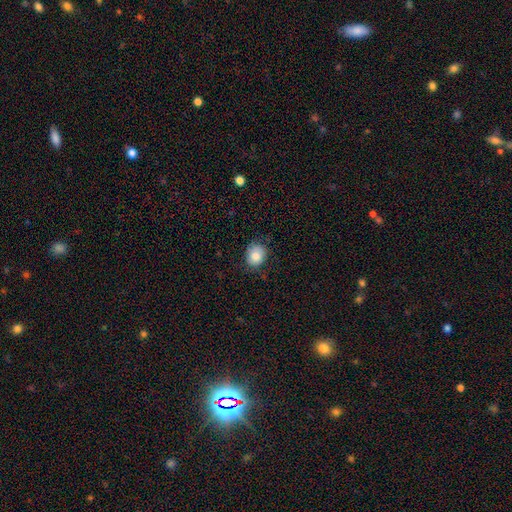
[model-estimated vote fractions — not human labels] Smooth or featured: smooth — 83% (featured or disk — 9%)
How rounded: round — 67% (in between — 33%)
Merging: none — 74% (minor disturbance — 21%)